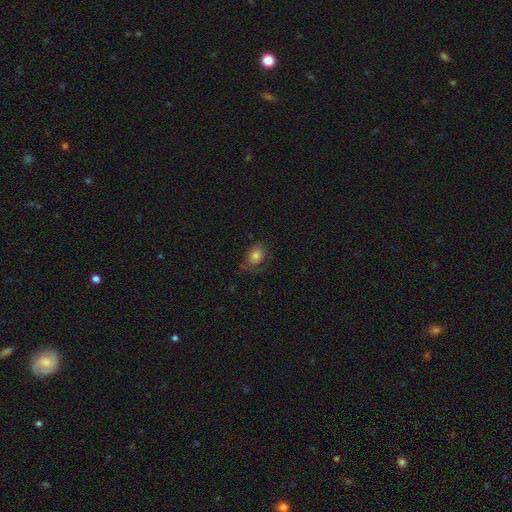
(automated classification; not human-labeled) The model was most divided on "merging": none: 60%, minor disturbance: 25%, major disturbance: 13%, merger: 2%. More confident: smooth or featured — smooth (77%); how rounded — in between (68%).